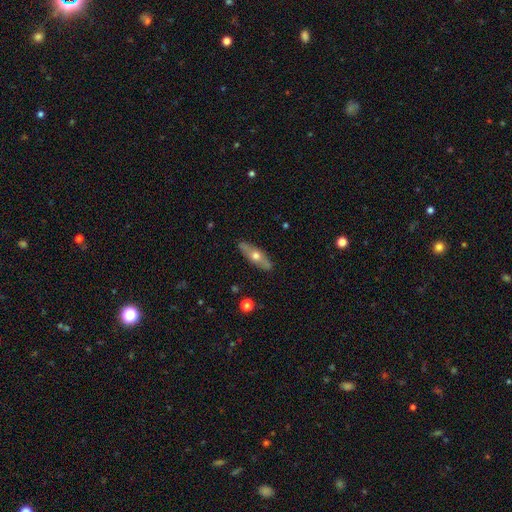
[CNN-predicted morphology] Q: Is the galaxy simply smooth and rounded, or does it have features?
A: featured or disk — 51%.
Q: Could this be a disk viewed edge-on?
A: yes — 65%.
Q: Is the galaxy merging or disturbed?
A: none — 88%.